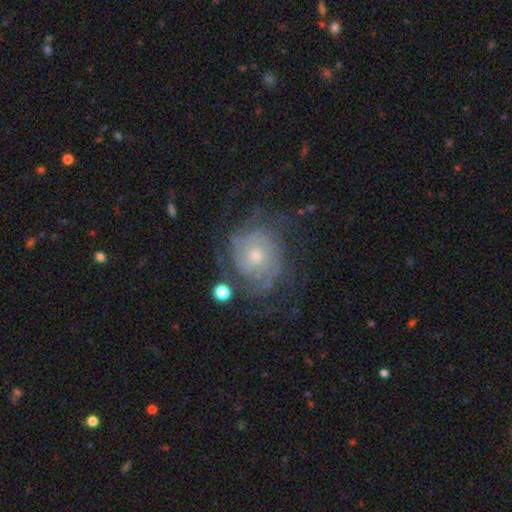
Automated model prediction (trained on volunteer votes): A featured or disk galaxy (77%) with no bar (80%), tight (61%) spiral arms (87%) and a small central bulge (49%).

Vote fractions:
- Smooth or featured? featured or disk: 77% / smooth: 15% / star or artifact: 8%
- Edge-on disk? no: 97% / yes: 3%
- Bar? no: 80% / weak: 18% / strong: 3%
- Spiral arms? yes: 87% / no: 13%
- Spiral winding? tight: 61% / medium: 28% / loose: 11%
- Spiral arm count? can't tell: 47% / 2: 16% / 3: 14% / 4: 11% / more than 4: 6% / 1: 6%
- Bulge size? small: 49% / moderate: 45% / large: 3% / none: 2% / dominant: 1%
- Merging? none: 63% / minor disturbance: 18% / major disturbance: 15% / merger: 3%